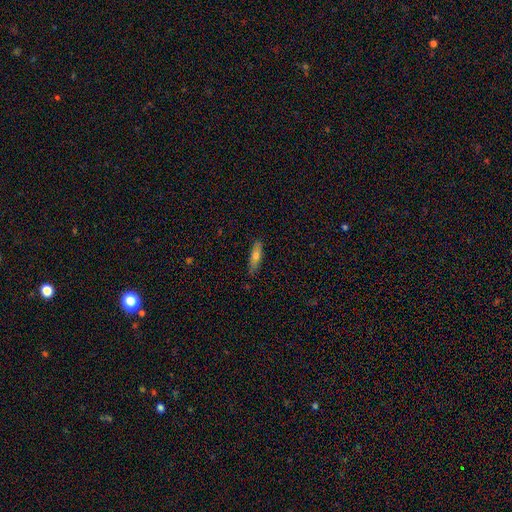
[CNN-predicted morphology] Q: Smooth or featured?
A: smooth (62%); runner-up: featured or disk (31%)
Q: How rounded?
A: cigar-shaped (62%); runner-up: in between (35%)
Q: Merging?
A: none (79%); runner-up: minor disturbance (16%)